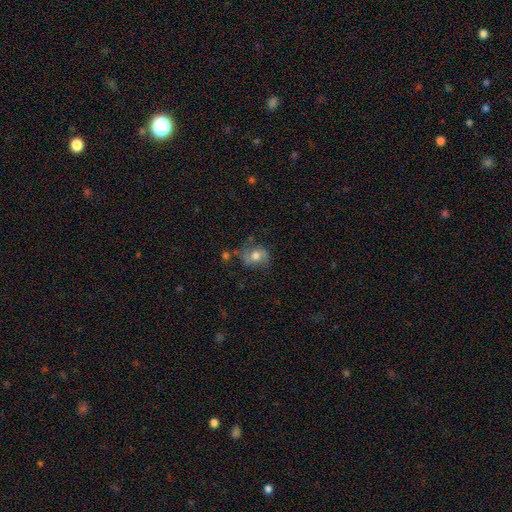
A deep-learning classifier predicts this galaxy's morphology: Overall: smooth (48%; featured or disk 42%). Merging: none (56%; minor disturbance 25%).